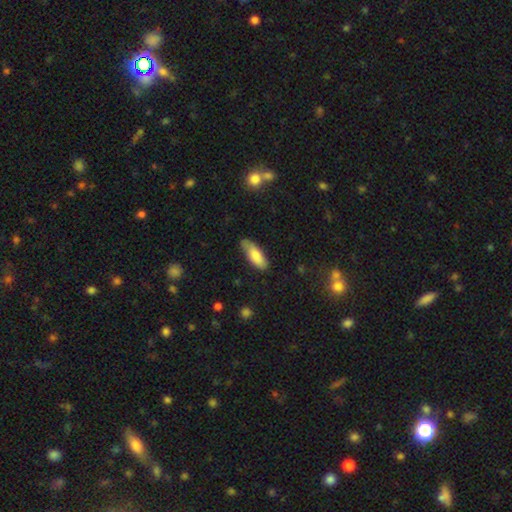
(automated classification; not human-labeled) This appears to be a smooth galaxy with no disk features (80%) that is in between round and cigar-shaped (69%). Merging: none (69%).